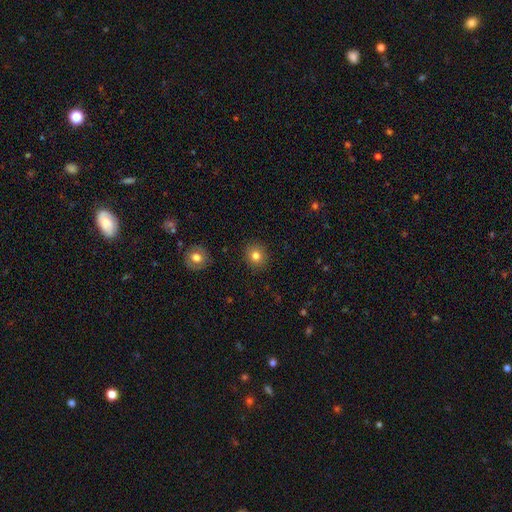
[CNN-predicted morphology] This is likely a smooth galaxy (80%). How rounded: clearly round (87%). Merging: clearly none (90%).